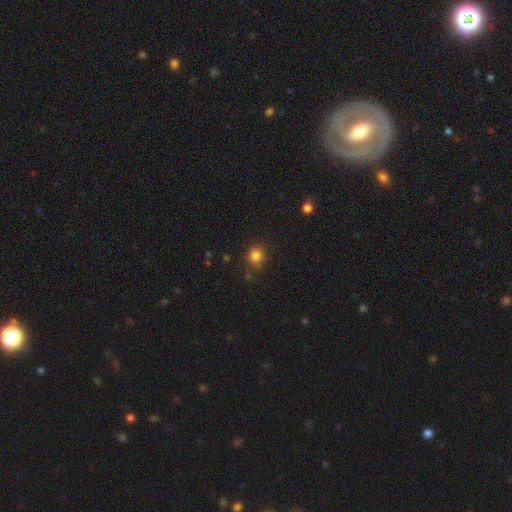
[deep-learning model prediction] Smooth or featured: smooth — 83% (star or artifact — 13%)
How rounded: round — 79% (in between — 21%)
Merging: none — 83% (minor disturbance — 11%)